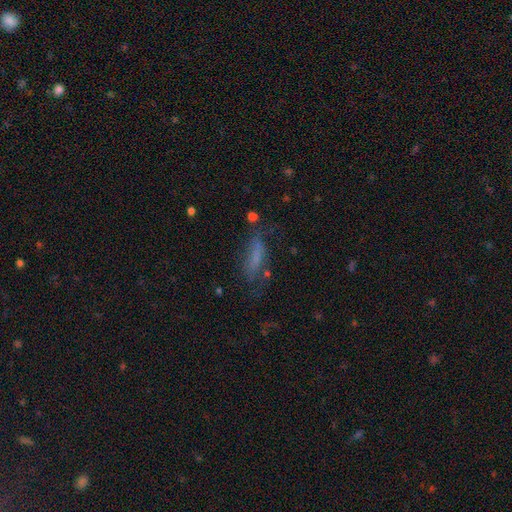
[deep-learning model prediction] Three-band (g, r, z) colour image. It shows a smooth galaxy with no disk features (57%) that is cigar-shaped (49%). Merging: none (48%).